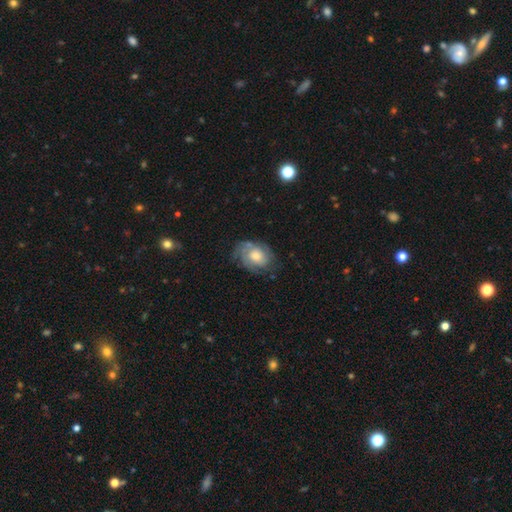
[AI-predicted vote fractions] Smooth or featured: featured or disk — 61% (smooth — 32%)
Edge-on disk: no — 96% (yes — 4%)
Bar: no — 80% (weak — 18%)
Spiral arms: yes — 83% (no — 17%)
Bulge size: moderate — 57% (large — 23%)
Merging: none — 65% (minor disturbance — 24%)